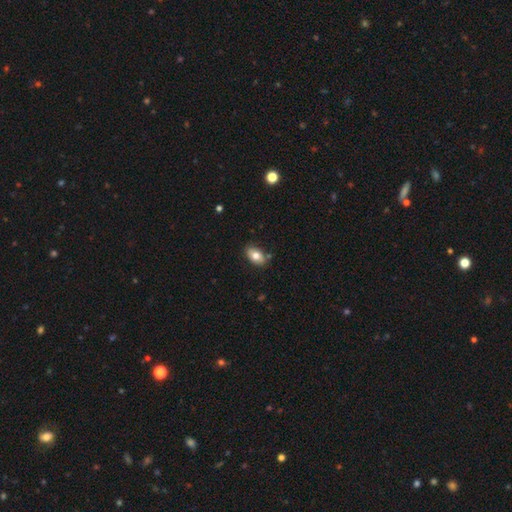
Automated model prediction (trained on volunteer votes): Smooth or featured? Predicted: smooth (p=0.77). How rounded? Predicted: in between (p=0.89). Merging? Predicted: none (p=0.81).